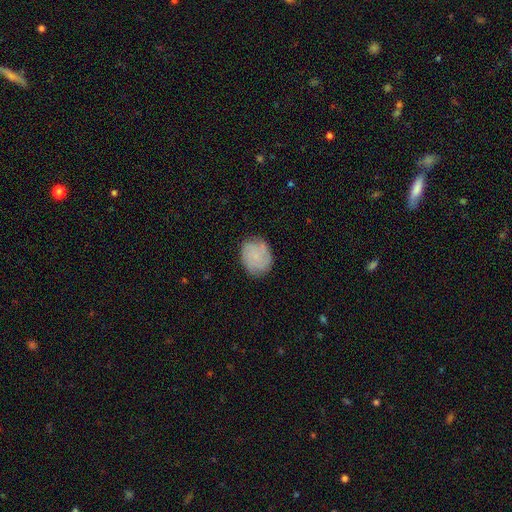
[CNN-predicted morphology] Smooth or featured? smooth (48%)
Merging? none (75%)